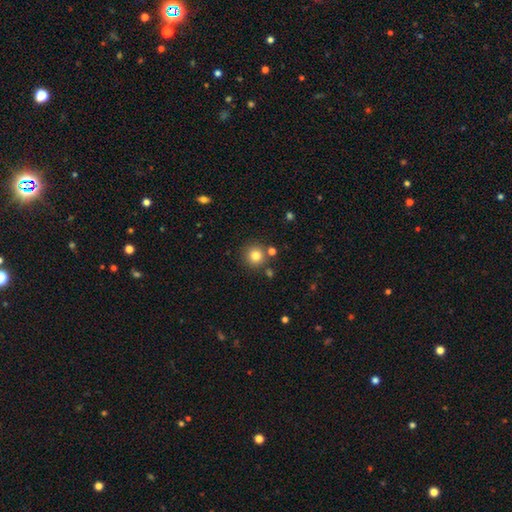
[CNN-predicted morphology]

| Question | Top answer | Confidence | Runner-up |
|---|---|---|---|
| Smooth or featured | smooth | 81% | star or artifact (12%) |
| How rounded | round | 94% | in between (5%) |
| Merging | none | 82% | merger (8%) |